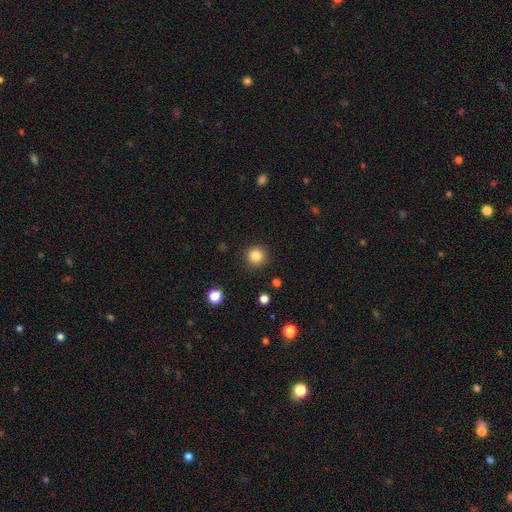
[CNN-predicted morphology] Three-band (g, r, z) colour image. It shows a smooth galaxy with no disk features (84%) that is round (94%). Merging: none (91%).